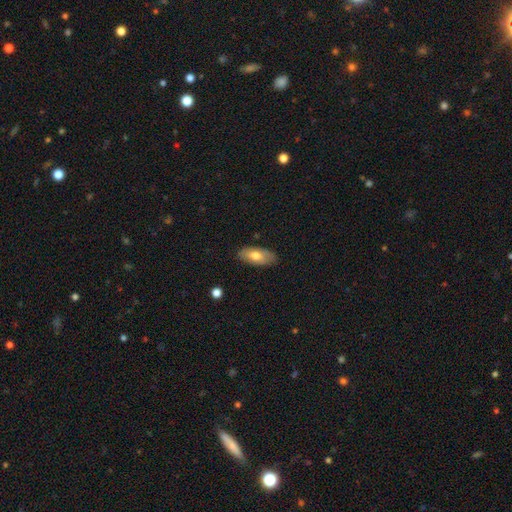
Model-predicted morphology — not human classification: This is likely a smooth galaxy (67%). How rounded: clearly in between (89%). Merging: clearly none (84%).